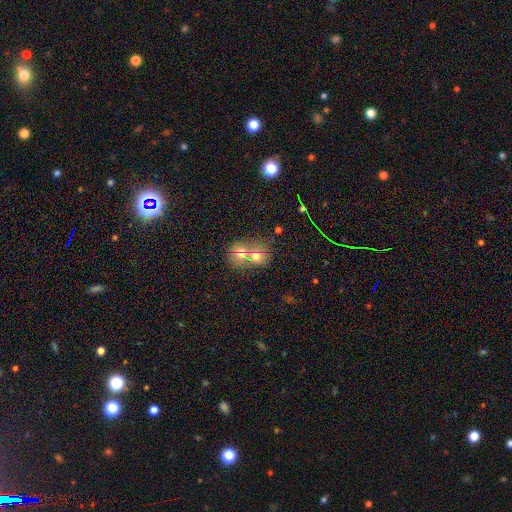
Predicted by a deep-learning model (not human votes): Q: Smooth or featured?
A: smooth (63%); runner-up: featured or disk (23%)
Q: How rounded?
A: round (67%); runner-up: in between (32%)
Q: Merging?
A: merger (62%); runner-up: none (28%)